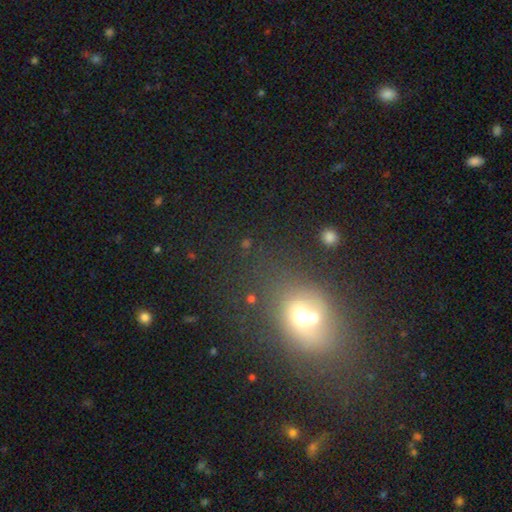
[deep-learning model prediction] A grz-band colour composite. It shows a smooth galaxy with no disk features (48%). Merging: none (63%).